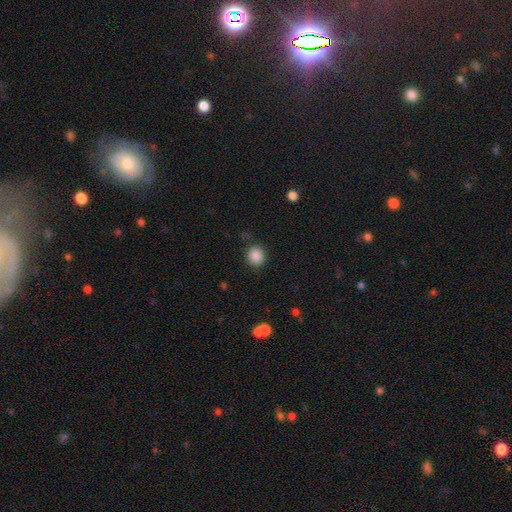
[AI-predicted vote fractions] smooth_or_featured: smooth (p=0.87) [alt: star or artifact p=0.09]
how_rounded: round (p=0.76) [alt: in between p=0.23]
merging: none (p=0.85) [alt: minor disturbance p=0.10]